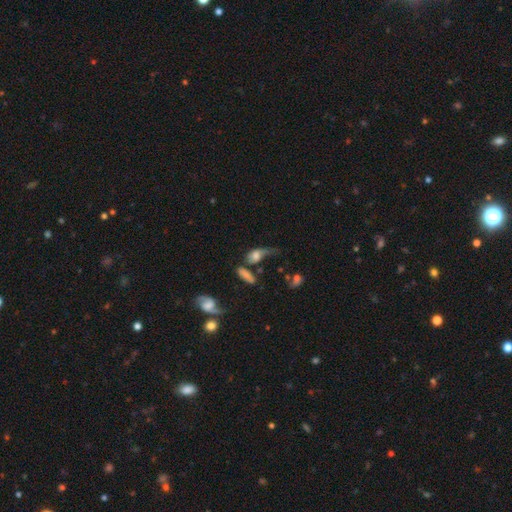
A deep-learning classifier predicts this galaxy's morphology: Smooth or featured: smooth — 60% (featured or disk — 30%)
How rounded: in between — 75% (round — 15%)
Merging: major disturbance — 40% (minor disturbance — 22%)